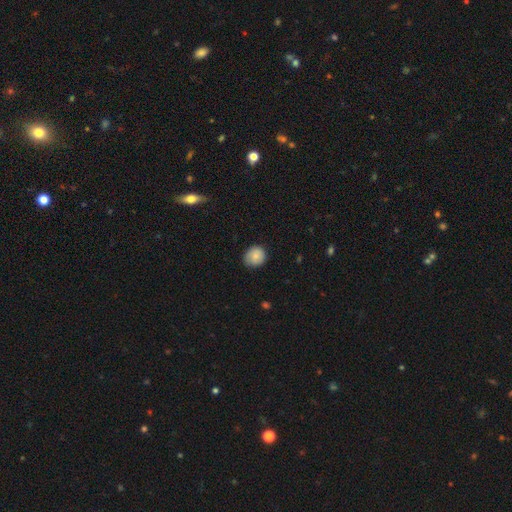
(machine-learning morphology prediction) Smooth or featured? Predicted: smooth (p=0.77). How rounded? Predicted: round (p=0.81). Merging? Predicted: none (p=0.74).